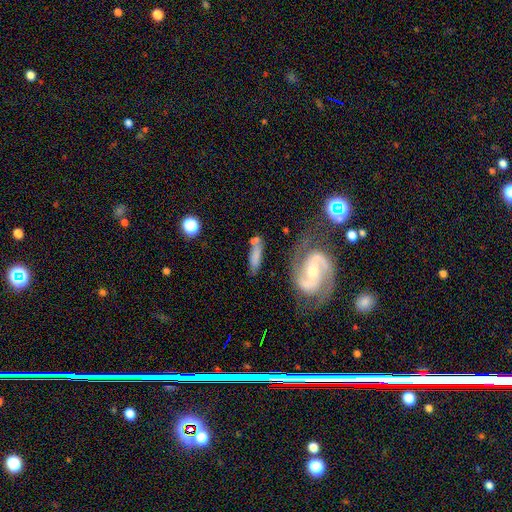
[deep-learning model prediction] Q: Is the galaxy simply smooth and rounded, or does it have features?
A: smooth — 52%.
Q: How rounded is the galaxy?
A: cigar-shaped — 62%.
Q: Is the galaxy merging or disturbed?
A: none — 52%.